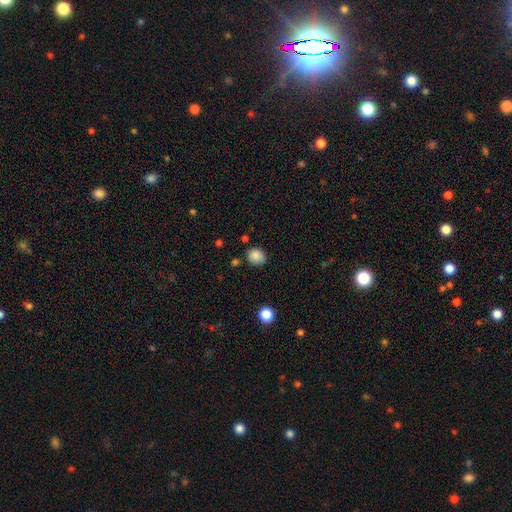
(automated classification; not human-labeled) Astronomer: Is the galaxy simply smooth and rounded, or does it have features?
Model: smooth — 86%.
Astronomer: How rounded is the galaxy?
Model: round — 64%.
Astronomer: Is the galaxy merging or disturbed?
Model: none — 80%.